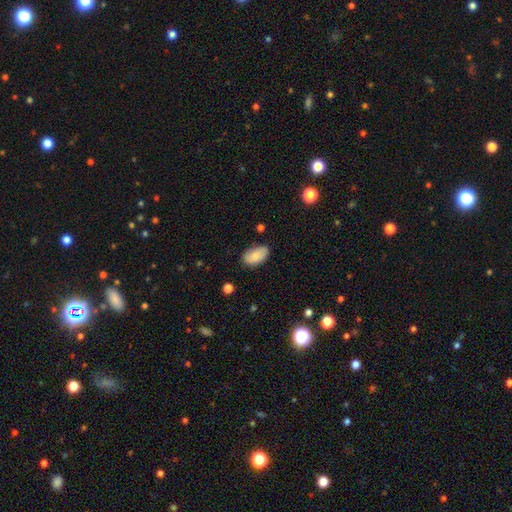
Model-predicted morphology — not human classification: smooth 84%, featured or disk 9%, star or artifact 7%. Down the decision tree: how rounded — in between (94%); merging — none (77%).